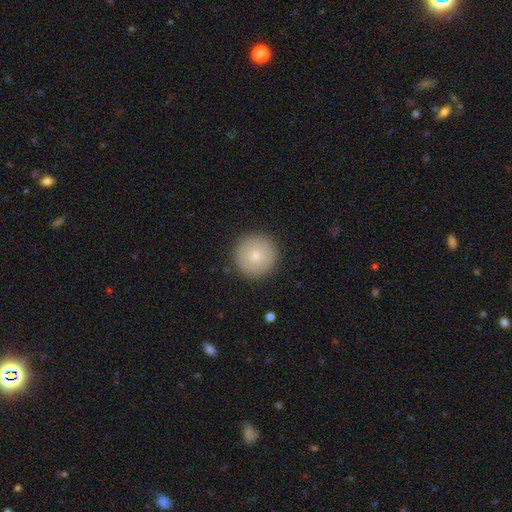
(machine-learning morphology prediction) This appears to be a smooth galaxy with no disk features (78%) that is round (97%). Merging: none (92%).